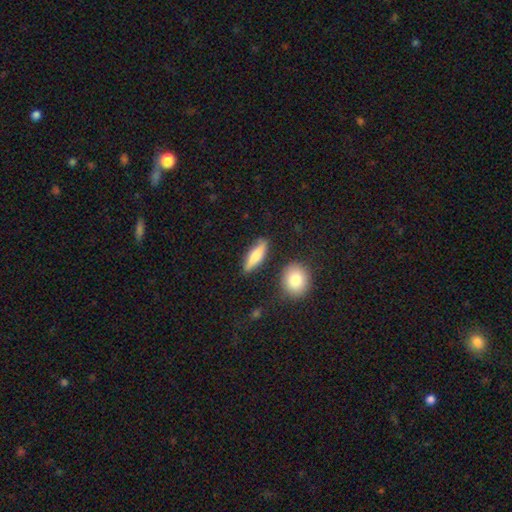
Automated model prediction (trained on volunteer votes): smooth 60%, featured or disk 33%, star or artifact 7%. Down the decision tree: how rounded — cigar-shaped (58%); merging — none (81%).